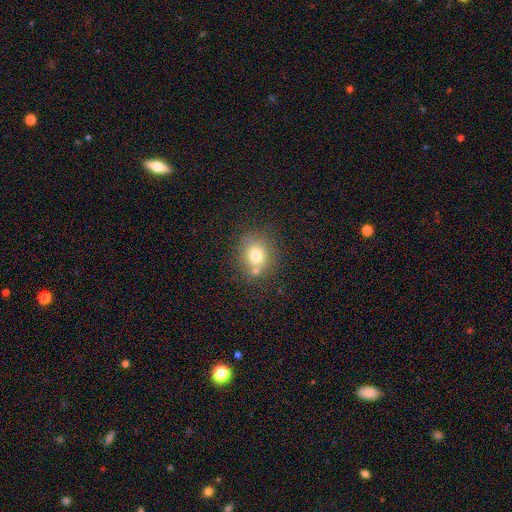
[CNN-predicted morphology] This is likely a smooth galaxy (74%). How rounded: likely round (72%). Merging: likely none (61%).